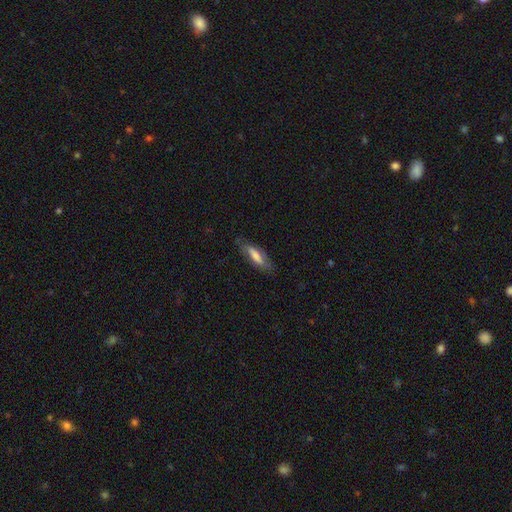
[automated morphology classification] smooth_or_featured: smooth (p=0.57) [alt: featured or disk p=0.36]
how_rounded: cigar-shaped (p=0.53) [alt: in between p=0.46]
merging: none (p=0.73) [alt: minor disturbance p=0.20]